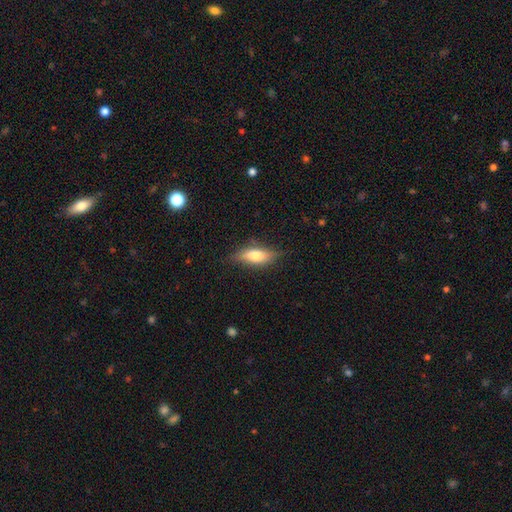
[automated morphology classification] Smooth or featured: smooth — 60% (featured or disk — 33%)
How rounded: in between — 62% (cigar-shaped — 34%)
Merging: none — 75% (minor disturbance — 19%)